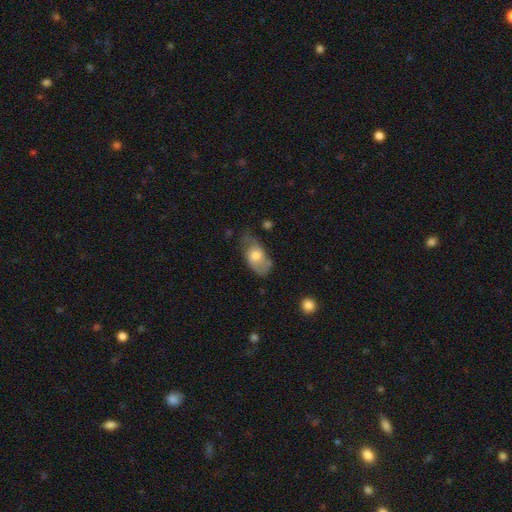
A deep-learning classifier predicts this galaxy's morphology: A smooth galaxy with no disk features (58%) that is in between round and cigar-shaped (90%). Merging: none (48%).